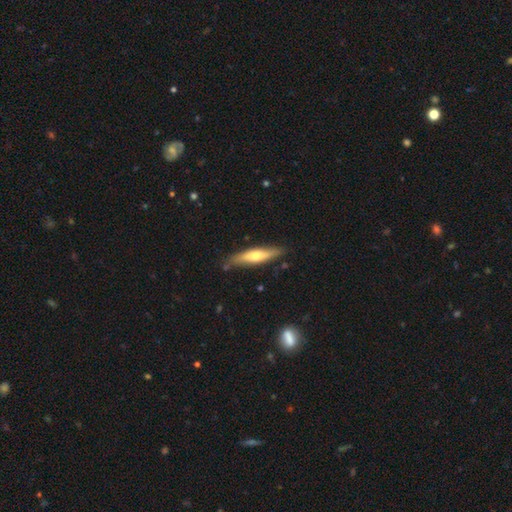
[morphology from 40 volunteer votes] smooth_or_featured: smooth (p=0.60) [alt: featured or disk p=0.38]
how_rounded: cigar-shaped (p=0.71) [alt: in between p=0.29]
merging: none (p=0.74) [alt: minor disturbance p=0.23]